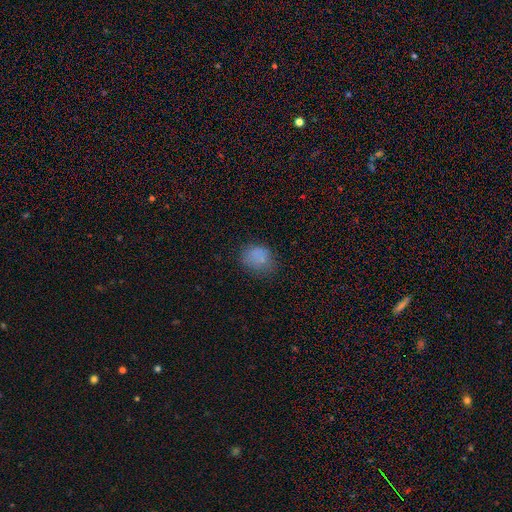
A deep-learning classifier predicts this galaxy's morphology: type=smooth (78%); roundness=round (54%); merging=none (62%).